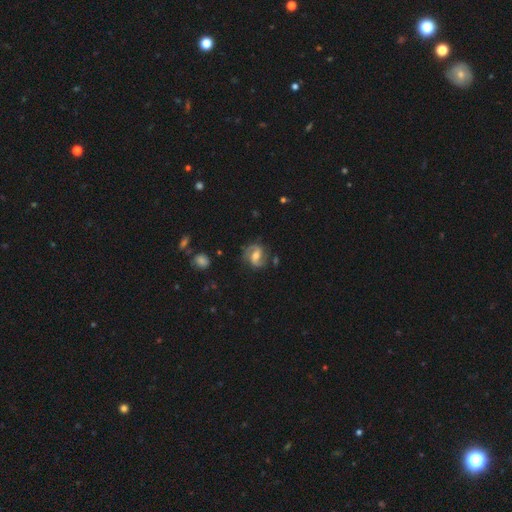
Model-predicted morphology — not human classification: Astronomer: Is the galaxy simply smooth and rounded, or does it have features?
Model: featured or disk — 80%.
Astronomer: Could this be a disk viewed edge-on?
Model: no — 97%.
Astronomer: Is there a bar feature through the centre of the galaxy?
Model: weak — 47% (runner-up: strong, 28%).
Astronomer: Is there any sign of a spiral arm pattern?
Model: yes — 94%.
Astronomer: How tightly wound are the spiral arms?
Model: medium — 49% (runner-up: loose, 30%).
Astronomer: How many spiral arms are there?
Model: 2 — 91%.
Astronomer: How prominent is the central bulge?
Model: moderate — 64%.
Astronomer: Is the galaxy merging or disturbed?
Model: none — 78%.